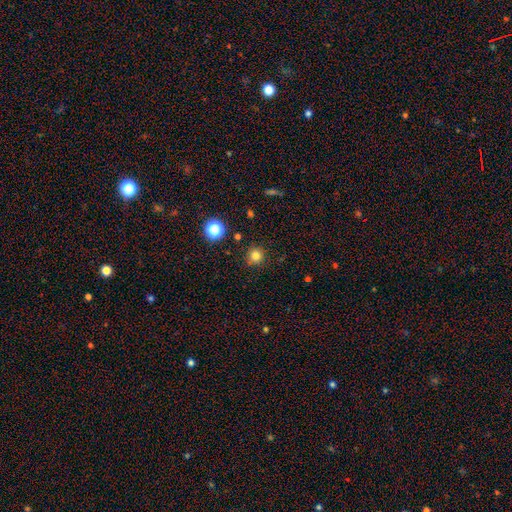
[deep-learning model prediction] smooth-or-featured: smooth: 80% | star or artifact: 15% | featured or disk: 5%
  how-rounded: round: 95% | in between: 4% | cigar-shaped: 1%
  merging: none: 89% | minor disturbance: 7% | major disturbance: 2% | merger: 2%